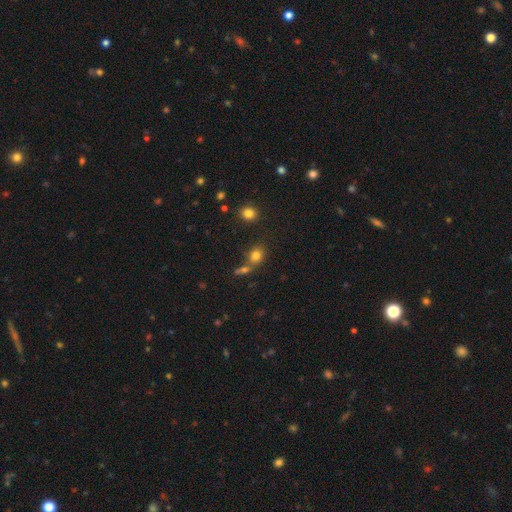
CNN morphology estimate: A smooth galaxy with no disk features (78%) that is round (53%). Merging: none (54%).